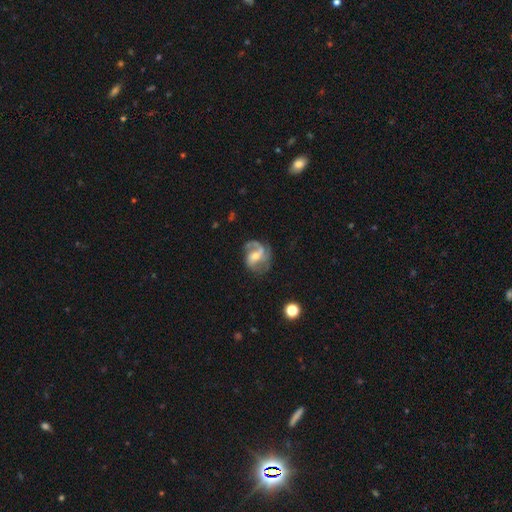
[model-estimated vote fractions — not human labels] Smooth or featured?
  - featured or disk: 78% *
  - smooth: 15%
  - star or artifact: 7%
Edge-on disk?
  - no: 97% *
  - yes: 3%
Bar?
  - weak: 45% *
  - no: 33%
  - strong: 21%
Spiral arms?
  - yes: 90% *
  - no: 10%
Spiral winding?
  - medium: 45% *
  - loose: 37%
  - tight: 17%
Spiral arm count?
  - 2: 56% *
  - 1: 17%
  - 3: 11%
  - can't tell: 11%
  - 4: 2%
  - more than 4: 2%
Bulge size?
  - moderate: 51% *
  - small: 42%
  - large: 3%
  - none: 3%
  - dominant: 1%
Merging?
  - none: 53% *
  - minor disturbance: 22%
  - major disturbance: 21%
  - merger: 3%